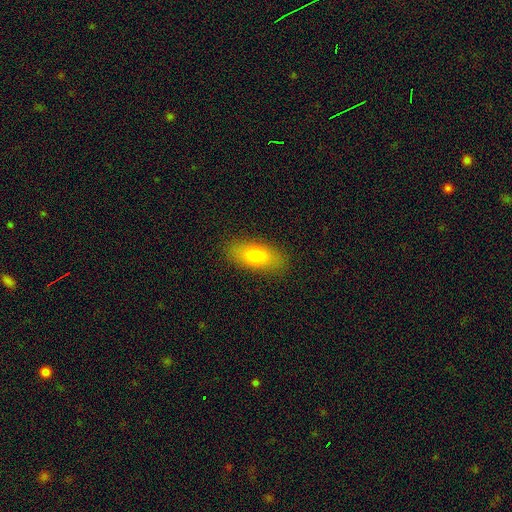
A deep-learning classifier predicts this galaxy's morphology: The model was most divided on "smooth or featured": smooth: 76%, featured or disk: 16%, star or artifact: 8%. More confident: merging — none (87%); how rounded — in between (82%).